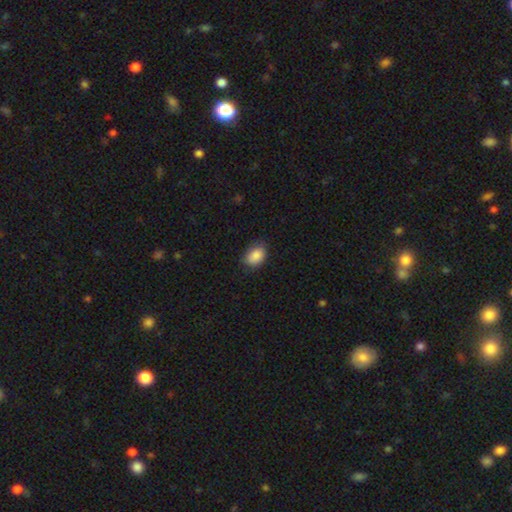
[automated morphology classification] Smooth or featured: smooth — 87% (star or artifact — 7%)
How rounded: in between — 79% (round — 20%)
Merging: none — 72% (minor disturbance — 22%)